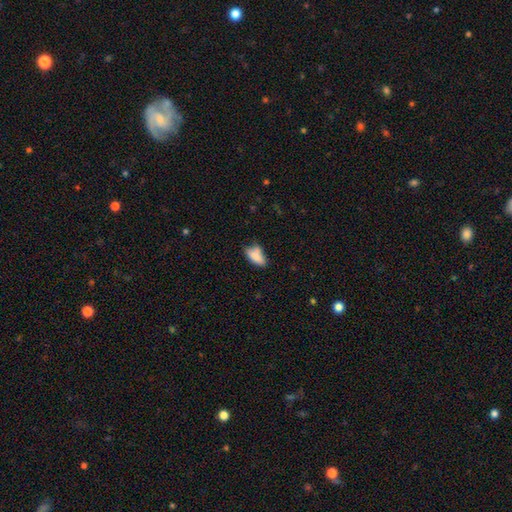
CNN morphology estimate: Smooth or featured? Predicted: smooth (p=0.80). How rounded? Predicted: in between (p=0.87). Merging? Predicted: none (p=0.50).